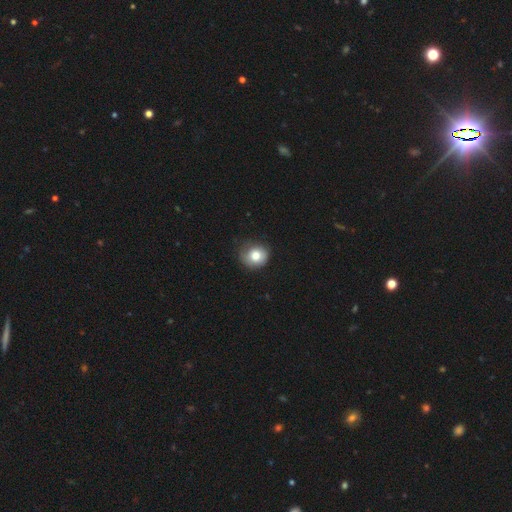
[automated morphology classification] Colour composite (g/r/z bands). It shows a smooth galaxy with no disk features (78%) that is round (83%). Merging: none (67%).